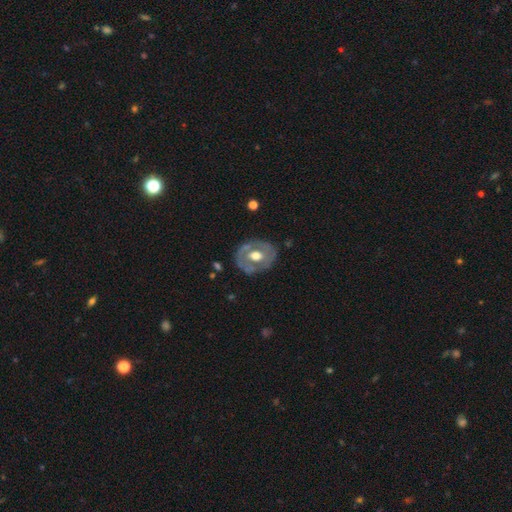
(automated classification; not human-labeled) Overall: featured or disk (63%; smooth 31%). Edge-on disk: no (95%). Bar: no (68%). Spiral arms: no (75%). Bulge size: moderate (68%). Merging: none (72%).